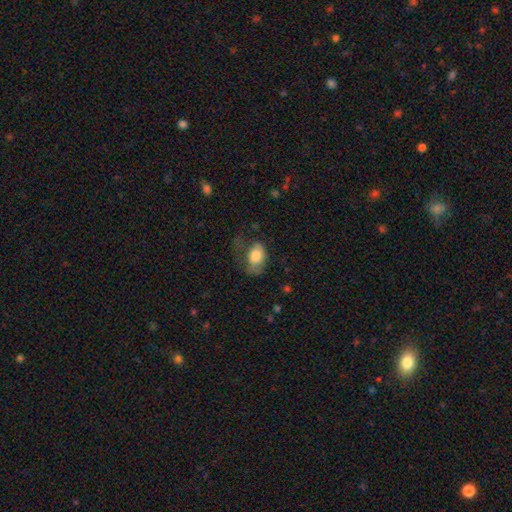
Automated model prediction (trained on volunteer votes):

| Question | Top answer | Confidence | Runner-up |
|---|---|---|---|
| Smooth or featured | smooth | 73% | featured or disk (20%) |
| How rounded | in between | 85% | round (14%) |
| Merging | none | 36% | major disturbance (34%) |